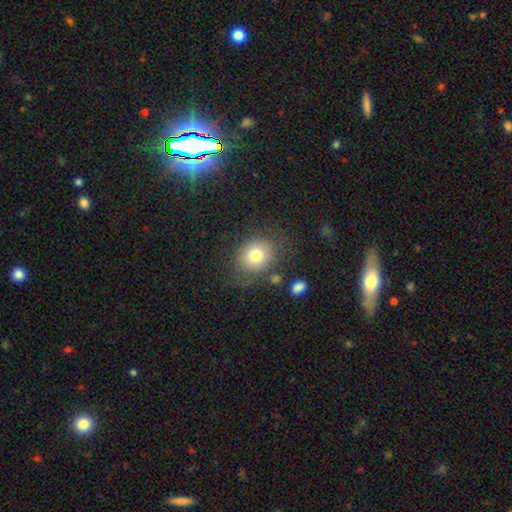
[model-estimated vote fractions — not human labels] Smooth or featured? Predicted: smooth (p=0.76). How rounded? Predicted: round (p=0.62). Merging? Predicted: none (p=0.74).